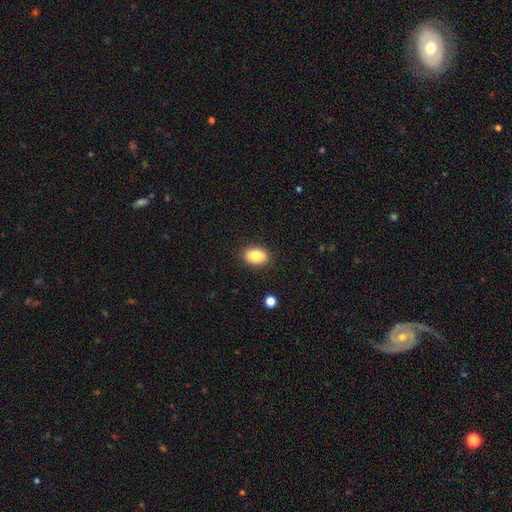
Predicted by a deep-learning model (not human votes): Q: Smooth or featured?
A: smooth (85%); runner-up: star or artifact (8%)
Q: How rounded?
A: in between (83%); runner-up: round (16%)
Q: Merging?
A: none (89%); runner-up: minor disturbance (8%)